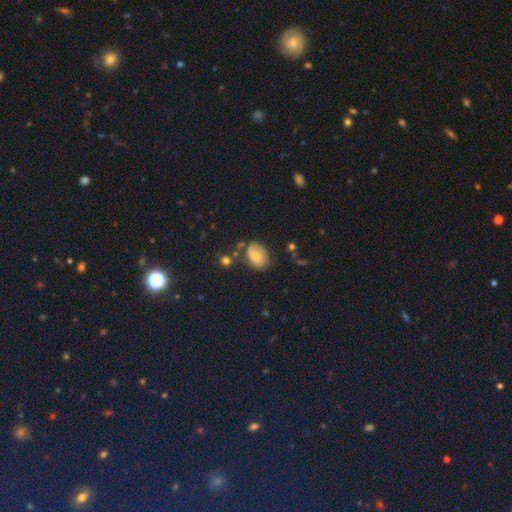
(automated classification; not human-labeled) Q: Smooth or featured?
A: smooth (70%); runner-up: featured or disk (16%)
Q: How rounded?
A: in between (84%); runner-up: round (14%)
Q: Merging?
A: none (65%); runner-up: minor disturbance (23%)